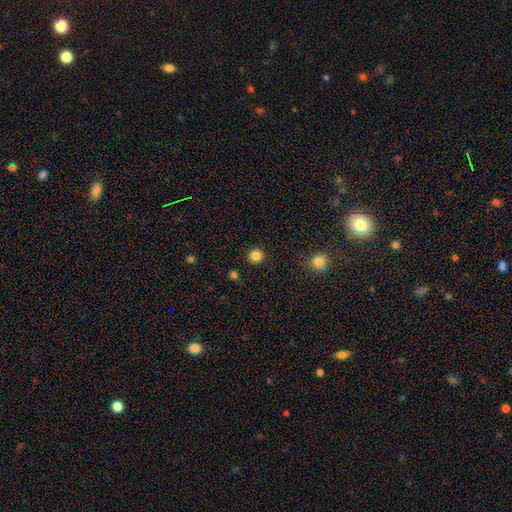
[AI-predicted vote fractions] Q: Smooth or featured?
A: smooth (84%); runner-up: star or artifact (12%)
Q: How rounded?
A: round (94%); runner-up: in between (5%)
Q: Merging?
A: none (92%); runner-up: minor disturbance (5%)